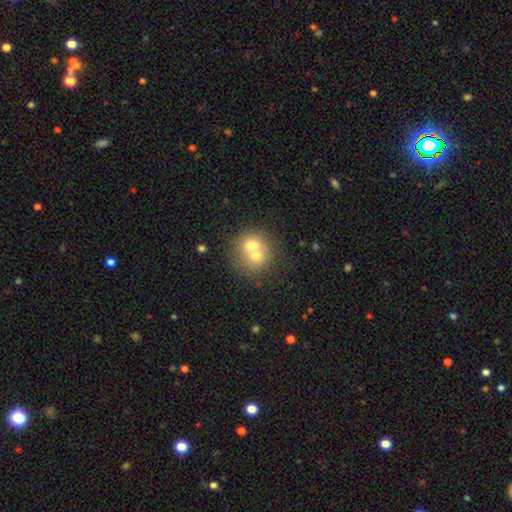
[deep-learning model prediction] Smooth or featured? smooth (64%)
How rounded? round (83%)
Merging? merger (63%)